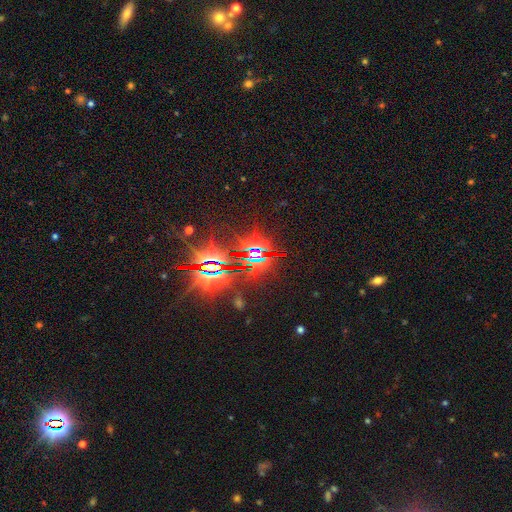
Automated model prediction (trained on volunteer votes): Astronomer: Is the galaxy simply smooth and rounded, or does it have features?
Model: star or artifact — 82%.